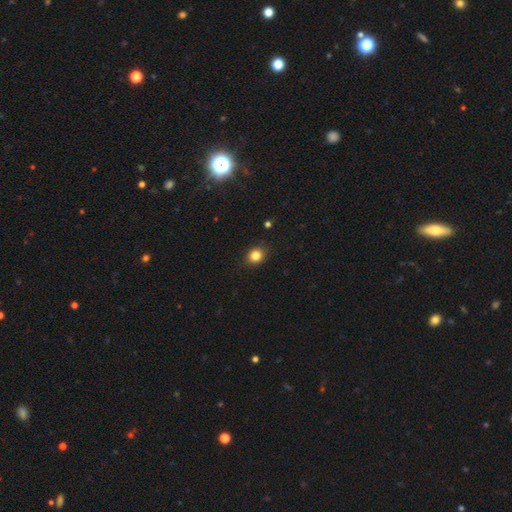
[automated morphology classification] Smooth or featured?
  - smooth: 83% *
  - star or artifact: 11%
  - featured or disk: 5%
How rounded?
  - round: 67% *
  - in between: 32%
  - cigar-shaped: 1%
Merging?
  - none: 87% *
  - minor disturbance: 10%
  - major disturbance: 2%
  - merger: 1%